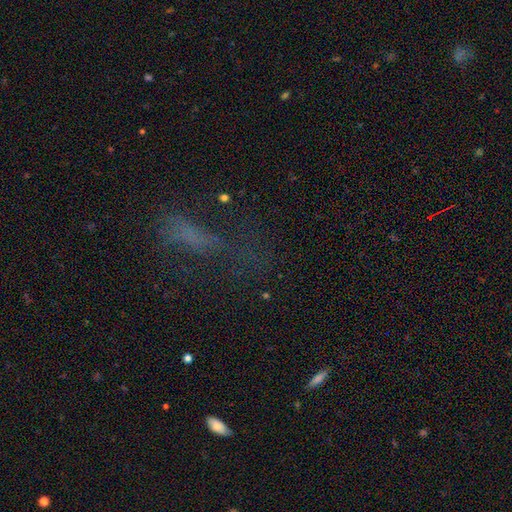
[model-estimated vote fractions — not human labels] Smooth or featured? Predicted: smooth (p=0.41). Merging? Predicted: none (p=0.44).